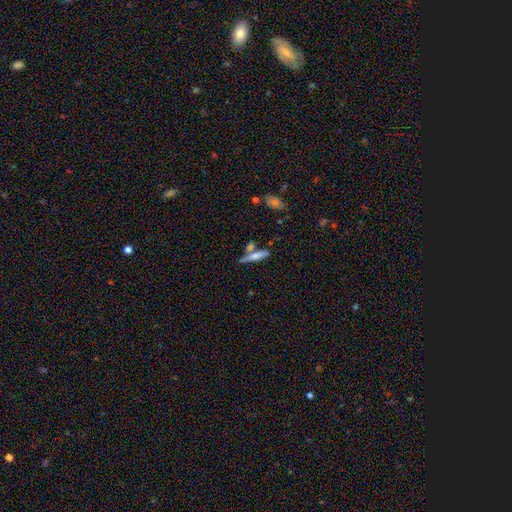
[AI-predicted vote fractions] The model was most divided on "smooth or featured": smooth: 62%, featured or disk: 30%, star or artifact: 7%. More confident: how rounded — cigar-shaped (81%); merging — none (57%).